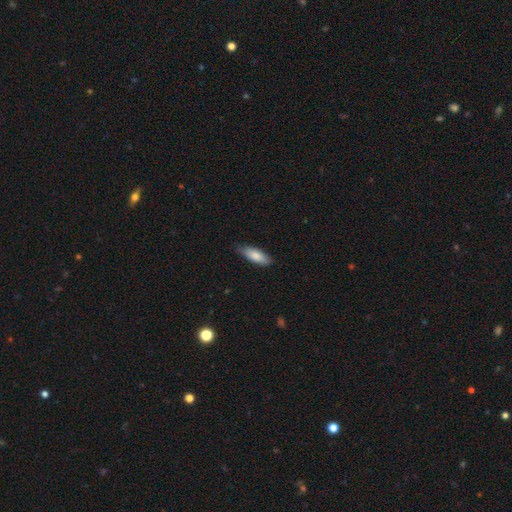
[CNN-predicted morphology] smooth 83%, featured or disk 12%, star or artifact 6%. Down the decision tree: how rounded — in between (67%); merging — none (73%).